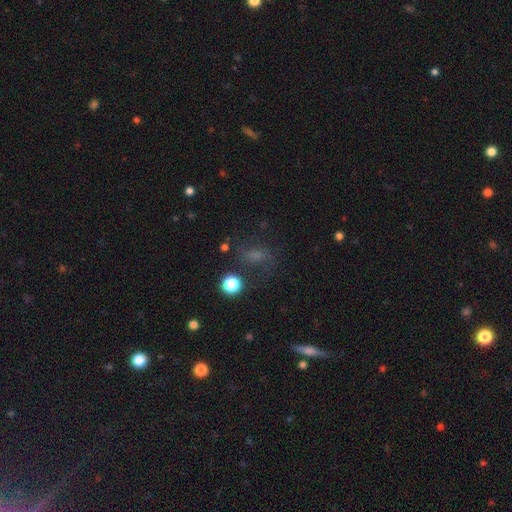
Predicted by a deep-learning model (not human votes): Smooth or featured? Predicted: smooth (p=0.45). Merging? Predicted: none (p=0.60).